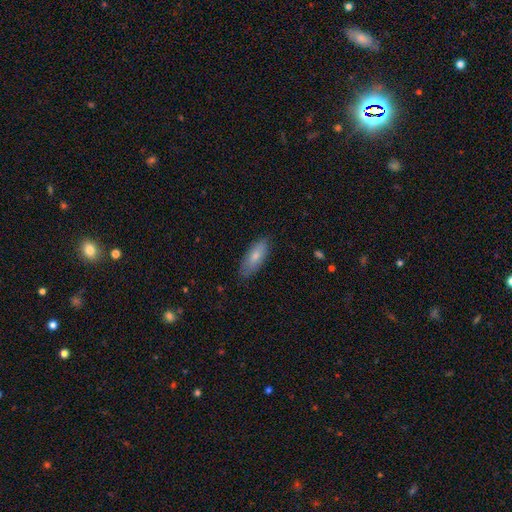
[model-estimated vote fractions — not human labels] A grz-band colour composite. It shows a smooth galaxy with no disk features (76%) that is in between round and cigar-shaped (71%). Merging: none (80%).